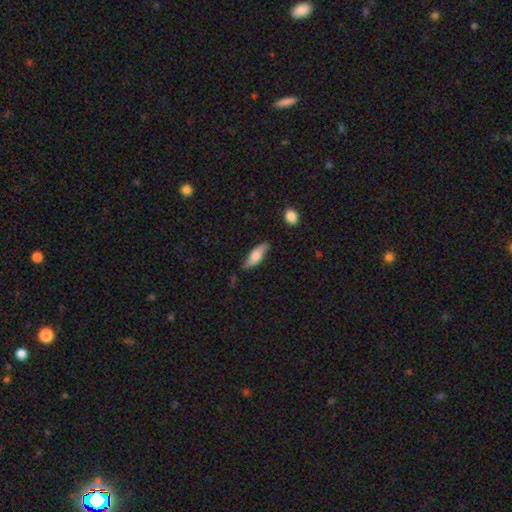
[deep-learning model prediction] Overall: smooth (65%; featured or disk 28%). How rounded: in between (59%; cigar-shaped 39%). Merging: none (72%).